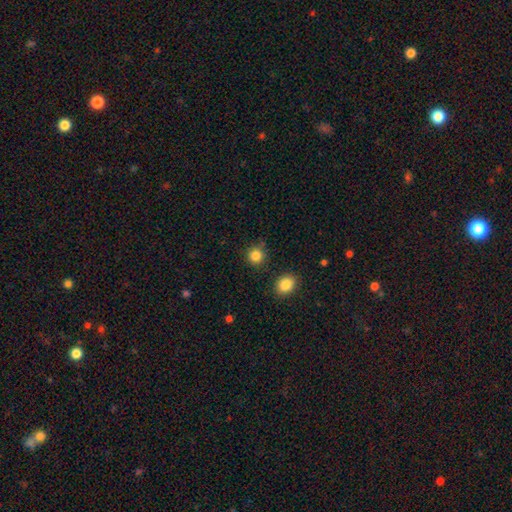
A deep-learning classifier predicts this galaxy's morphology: A smooth galaxy with no disk features (85%) that is round (91%).

Vote fractions:
- Smooth or featured? smooth: 85% / star or artifact: 11% / featured or disk: 4%
- How rounded? round: 91% / in between: 8% / cigar-shaped: 1%
- Merging? none: 85% / minor disturbance: 8% / merger: 4% / major disturbance: 3%